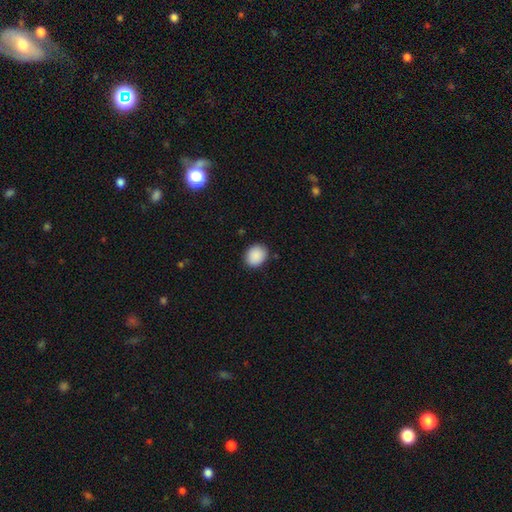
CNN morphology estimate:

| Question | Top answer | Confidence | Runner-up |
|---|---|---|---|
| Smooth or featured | smooth | 90% | star or artifact (8%) |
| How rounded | round | 56% | in between (43%) |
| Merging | none | 87% | minor disturbance (10%) |